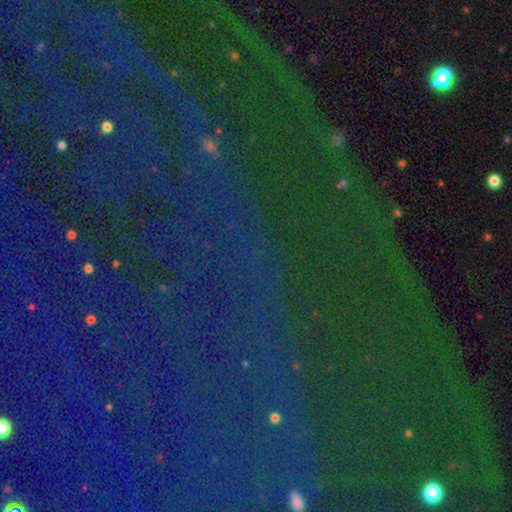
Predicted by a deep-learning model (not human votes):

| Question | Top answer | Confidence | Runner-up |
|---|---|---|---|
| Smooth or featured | star or artifact | 85% | smooth (8%) |